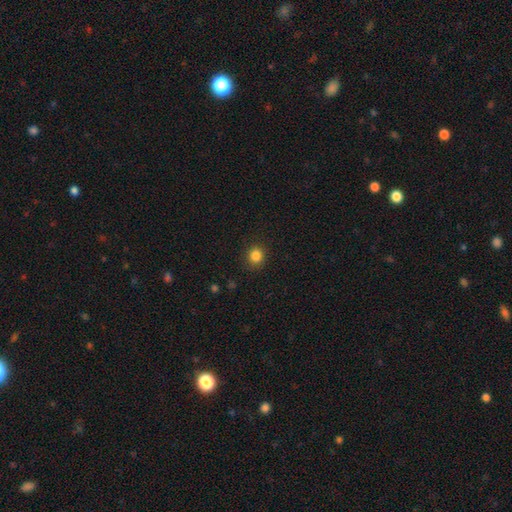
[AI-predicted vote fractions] Smooth or featured: smooth — 85% (star or artifact — 11%)
How rounded: round — 86% (in between — 13%)
Merging: none — 89% (minor disturbance — 8%)